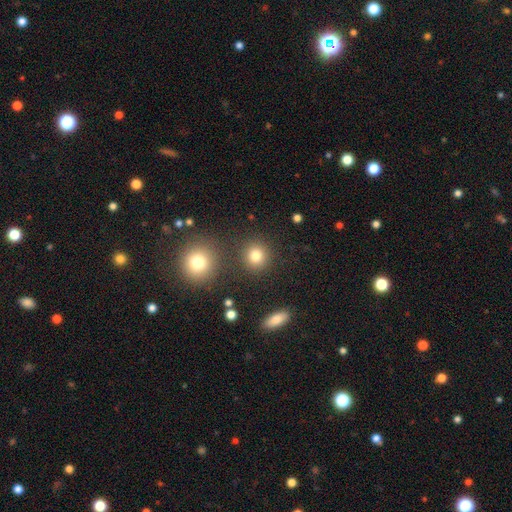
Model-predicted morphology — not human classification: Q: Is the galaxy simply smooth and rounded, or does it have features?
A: smooth — 80%.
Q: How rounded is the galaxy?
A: round — 90%.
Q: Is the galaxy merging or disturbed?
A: none — 85%.